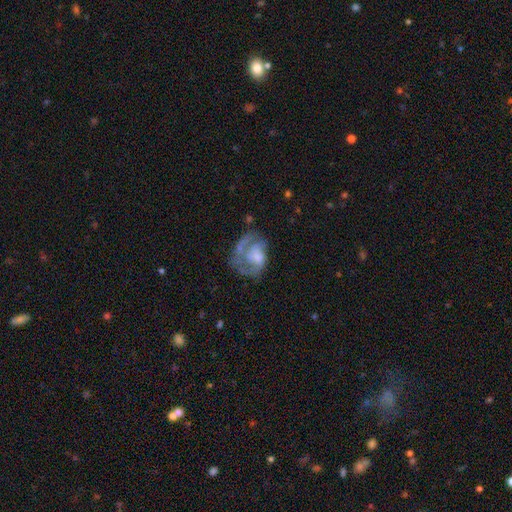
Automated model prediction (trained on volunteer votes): smooth-or-featured: featured or disk: 63% | smooth: 29% | star or artifact: 8%
  disk-edge-on: no: 98% | yes: 2%
    bar: no: 78% | weak: 19% | strong: 3%
    has-spiral-arms: yes: 61% | no: 39%
    bulge-size: moderate: 31% | none: 30% | small: 21% | large: 16% | dominant: 3%
  merging: major disturbance: 38% | none: 35% | minor disturbance: 21% | merger: 6%